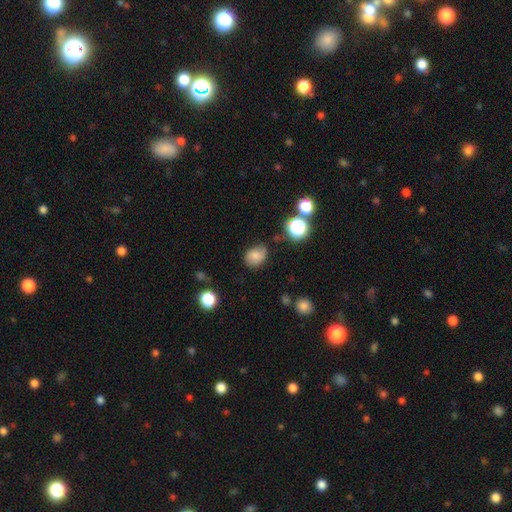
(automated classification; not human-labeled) smooth-or-featured: smooth: 74% | featured or disk: 13% | star or artifact: 12%
  how-rounded: in between: 60% | round: 39% | cigar-shaped: 1%
  merging: none: 63% | minor disturbance: 27% | major disturbance: 7% | merger: 3%